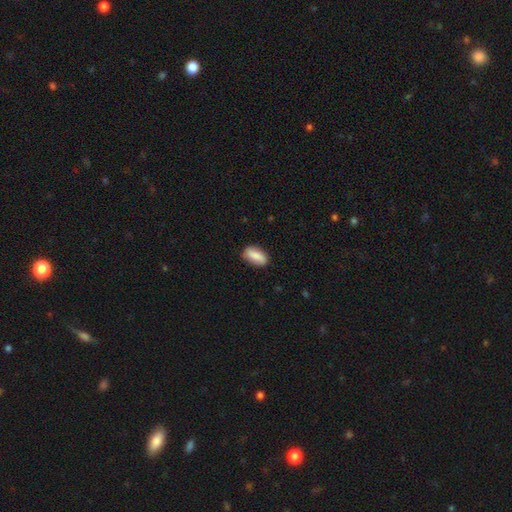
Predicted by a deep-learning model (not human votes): smooth-or-featured: smooth: 85% | featured or disk: 9% | star or artifact: 6%
  how-rounded: in between: 87% | cigar-shaped: 9% | round: 3%
  merging: none: 83% | minor disturbance: 14% | major disturbance: 3% | merger: 1%